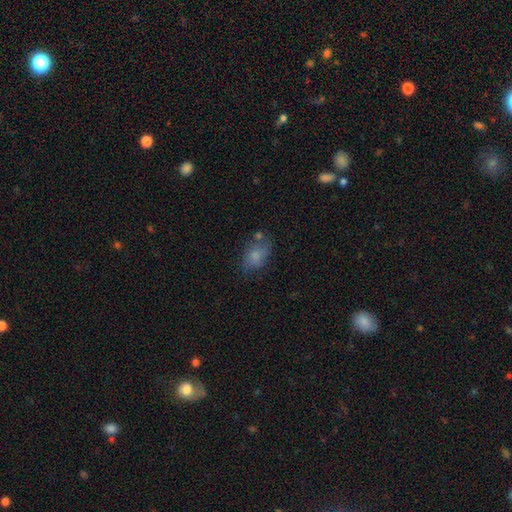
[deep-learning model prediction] Q: Smooth or featured?
A: smooth (71%); runner-up: featured or disk (19%)
Q: How rounded?
A: in between (82%); runner-up: round (16%)
Q: Merging?
A: none (55%); runner-up: minor disturbance (26%)